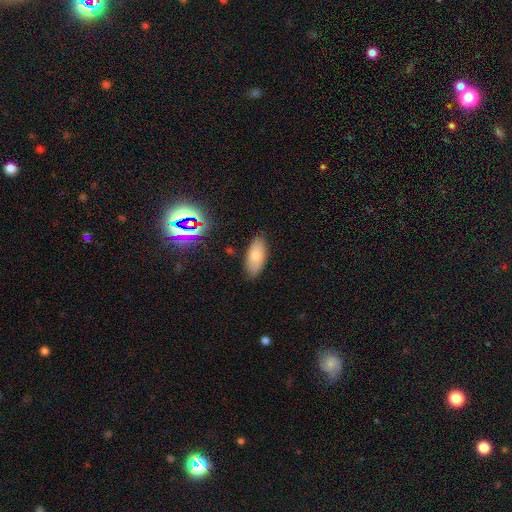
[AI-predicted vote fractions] Smooth or featured? Predicted: smooth (p=0.77). How rounded? Predicted: in between (p=0.88). Merging? Predicted: none (p=0.84).